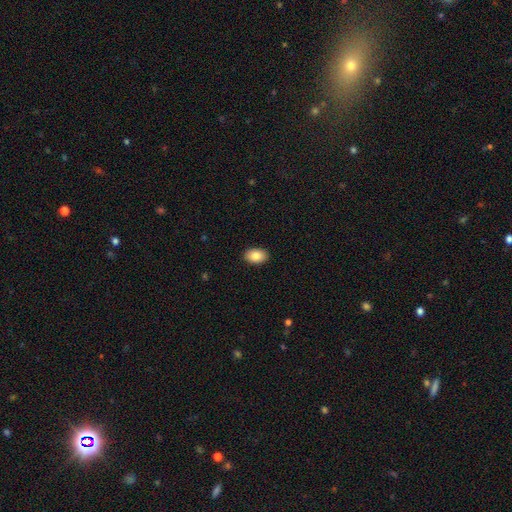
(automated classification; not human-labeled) This is clearly a smooth galaxy (86%). How rounded: clearly in between (88%). Merging: clearly none (90%).